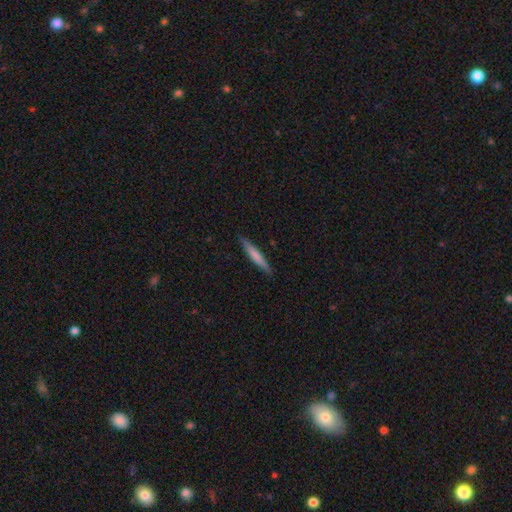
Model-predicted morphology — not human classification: The model was most divided on "smooth or featured": smooth: 68%, featured or disk: 27%, star or artifact: 5%. More confident: how rounded — cigar-shaped (95%); merging — none (90%).